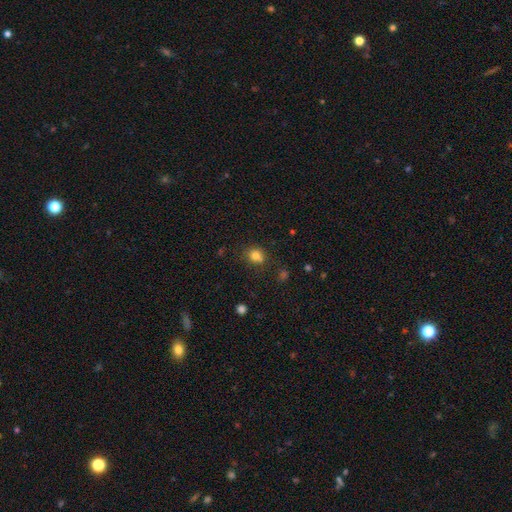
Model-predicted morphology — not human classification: The model was most divided on "how rounded": round: 74%, in between: 25%, cigar-shaped: 1%. More confident: smooth or featured — smooth (78%); merging — none (70%).